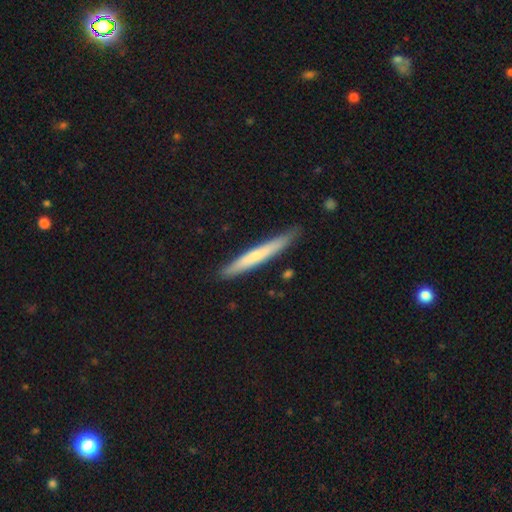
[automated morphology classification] Overall: smooth (58%; featured or disk 37%). How rounded: cigar-shaped (96%). Merging: none (85%).